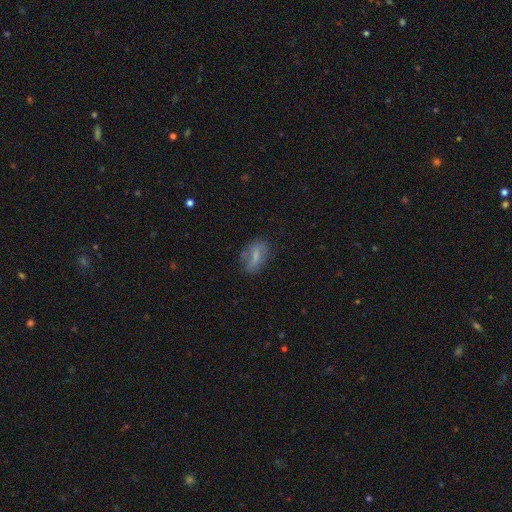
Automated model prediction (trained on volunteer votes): smooth 61%, featured or disk 29%, star or artifact 10%. Down the decision tree: how rounded — in between (75%); merging — none (60%).